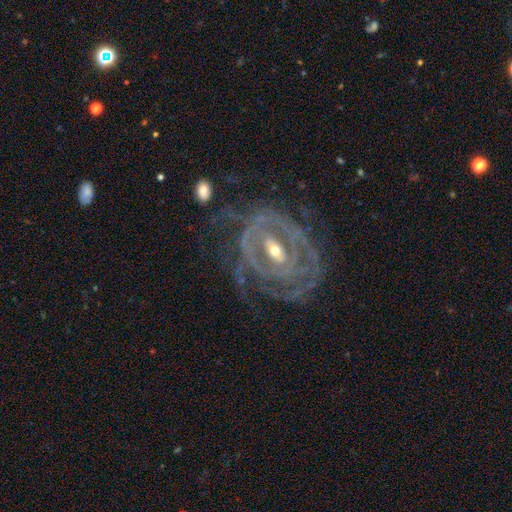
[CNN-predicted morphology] Q: Smooth or featured?
A: featured or disk (86%); runner-up: star or artifact (7%)
Q: Edge-on disk?
A: no (94%); runner-up: yes (6%)
Q: Bar?
A: strong (42%); runner-up: weak (37%)
Q: Spiral arms?
A: yes (83%); runner-up: no (17%)
Q: Spiral winding?
A: tight (73%); runner-up: medium (20%)
Q: Spiral arm count?
A: can't tell (42%); runner-up: 2 (24%)
Q: Bulge size?
A: small (49%); runner-up: moderate (47%)
Q: Merging?
A: none (64%); runner-up: minor disturbance (18%)